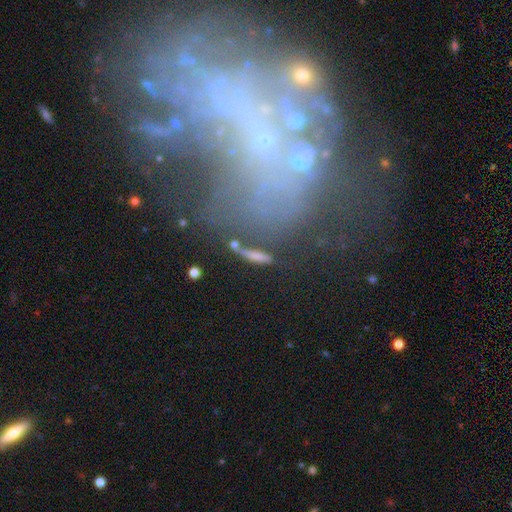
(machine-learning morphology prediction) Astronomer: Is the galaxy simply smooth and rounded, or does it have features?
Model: smooth — 64%.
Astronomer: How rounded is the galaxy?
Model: cigar-shaped — 73%.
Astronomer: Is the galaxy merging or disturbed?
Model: none — 57%.